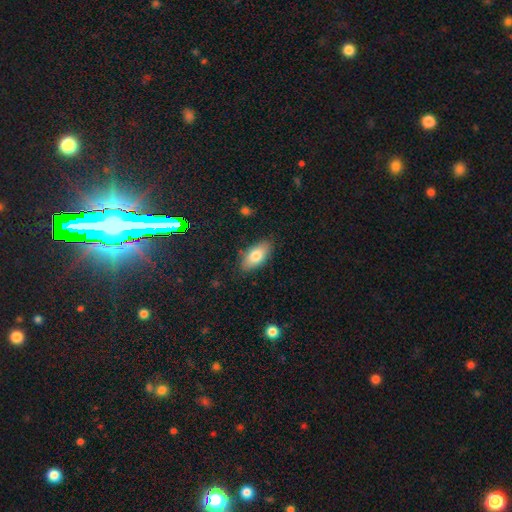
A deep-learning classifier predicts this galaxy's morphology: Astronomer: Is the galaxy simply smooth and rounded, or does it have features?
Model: smooth — 78%.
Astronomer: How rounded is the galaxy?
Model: in between — 89%.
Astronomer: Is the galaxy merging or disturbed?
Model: none — 84%.